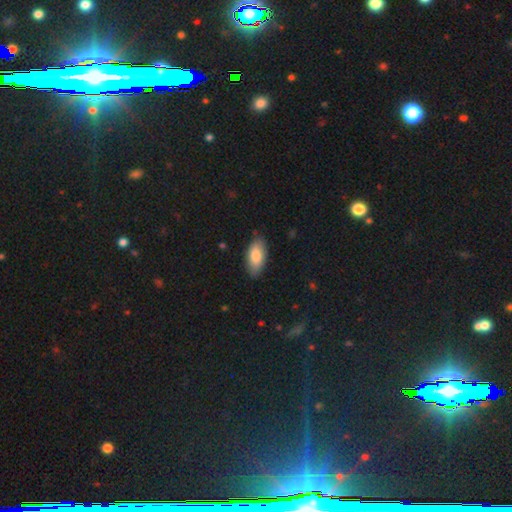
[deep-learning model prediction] smooth_or_featured: smooth (p=0.83) [alt: featured or disk p=0.12]
how_rounded: in between (p=0.90) [alt: cigar-shaped p=0.09]
merging: none (p=0.84) [alt: minor disturbance p=0.12]